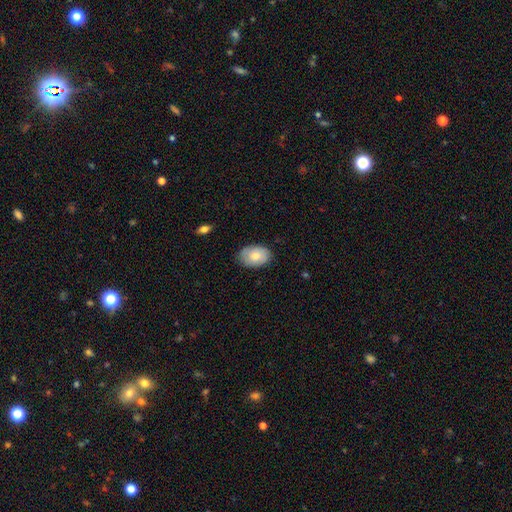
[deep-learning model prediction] A smooth galaxy with no disk features (77%) that is in between round and cigar-shaped (87%). Merging: none (79%).